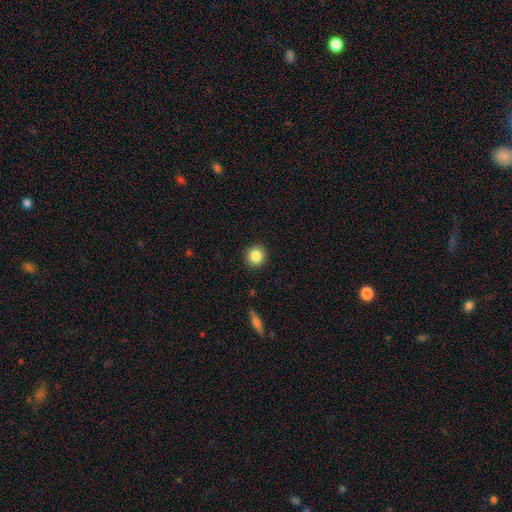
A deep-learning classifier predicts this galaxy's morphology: A smooth galaxy with no disk features (85%) that is round (92%). Merging: none (91%).